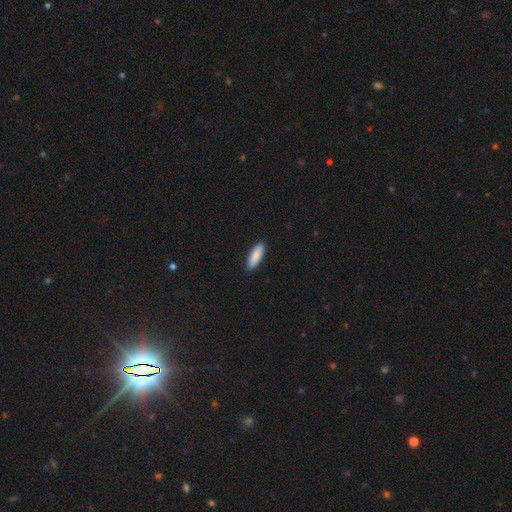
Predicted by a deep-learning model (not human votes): This appears to be a smooth galaxy with no disk features (88%) that is in between round and cigar-shaped (49%, tied with cigar-shaped). Merging: none (90%).